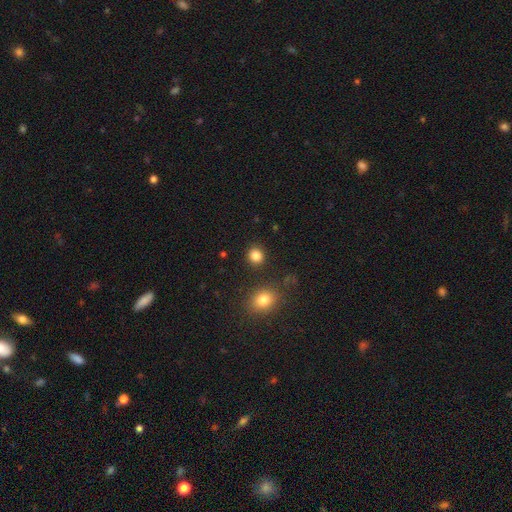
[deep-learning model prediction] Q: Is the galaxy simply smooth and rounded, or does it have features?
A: smooth — 85%.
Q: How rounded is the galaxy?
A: round — 82%.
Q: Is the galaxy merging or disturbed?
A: none — 88%.